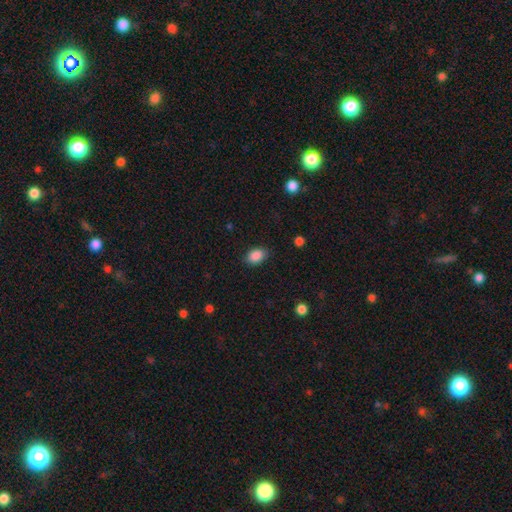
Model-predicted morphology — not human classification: This appears to be a smooth galaxy with no disk features (88%) that is in between round and cigar-shaped (82%). Merging: none (83%).